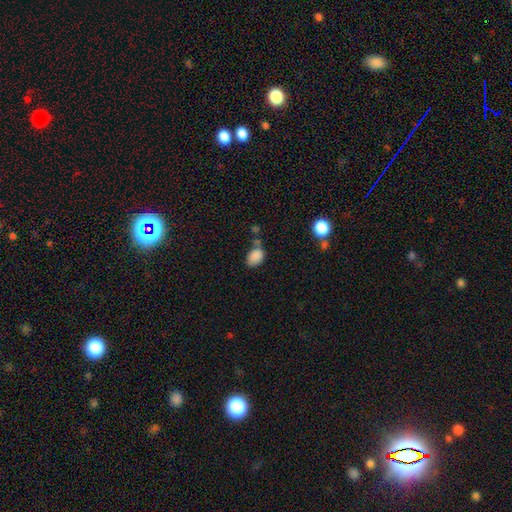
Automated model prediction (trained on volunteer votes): The model was most divided on "merging": none: 51%, minor disturbance: 26%, merger: 14%, major disturbance: 8%. More confident: smooth or featured — smooth (86%); how rounded — in between (81%).